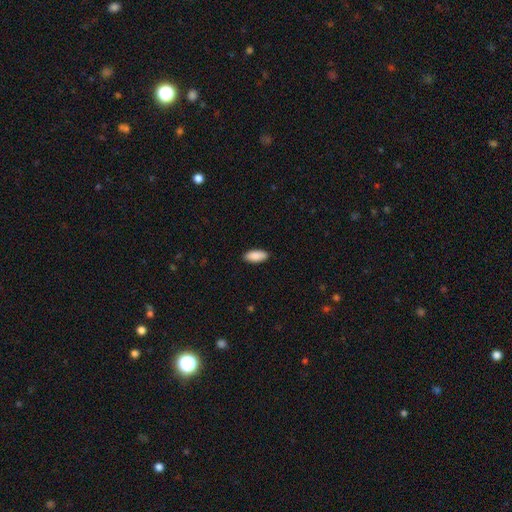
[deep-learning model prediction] Smooth or featured: smooth — 90% (star or artifact — 6%)
How rounded: in between — 87% (cigar-shaped — 12%)
Merging: none — 89% (minor disturbance — 8%)